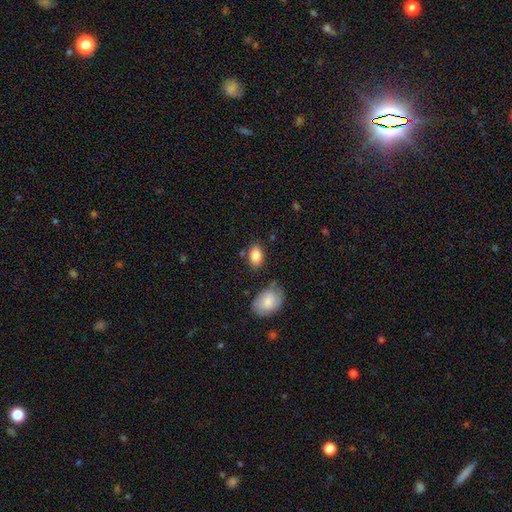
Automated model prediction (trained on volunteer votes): The model was most divided on "merging": none: 77%, minor disturbance: 14%, merger: 6%, major disturbance: 3%. More confident: smooth or featured — smooth (85%); how rounded — in between (83%).